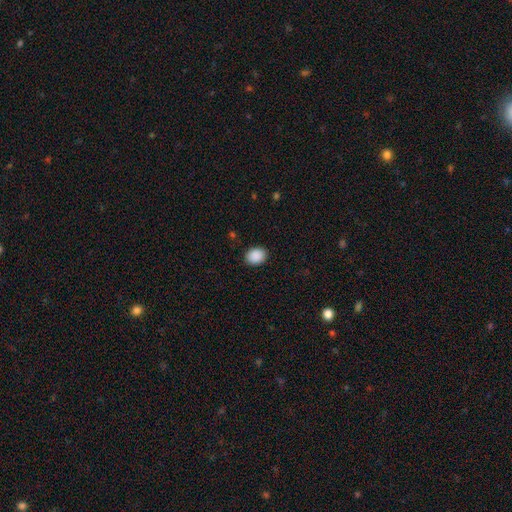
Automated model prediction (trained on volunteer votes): Smooth or featured? smooth (90%)
How rounded? in between (56%)
Merging? none (89%)